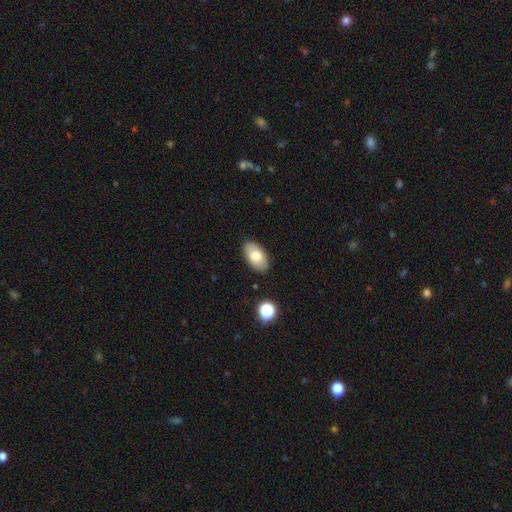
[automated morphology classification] Smooth or featured? smooth (77%)
How rounded? in between (94%)
Merging? none (86%)